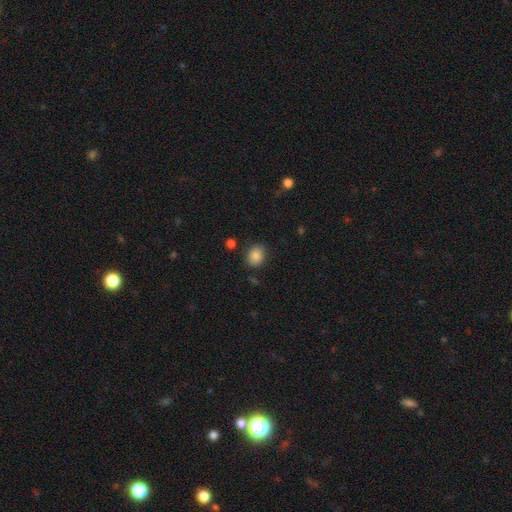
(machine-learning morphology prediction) Smooth or featured? Predicted: smooth (p=0.84). How rounded? Predicted: in between (p=0.53). Merging? Predicted: none (p=0.82).